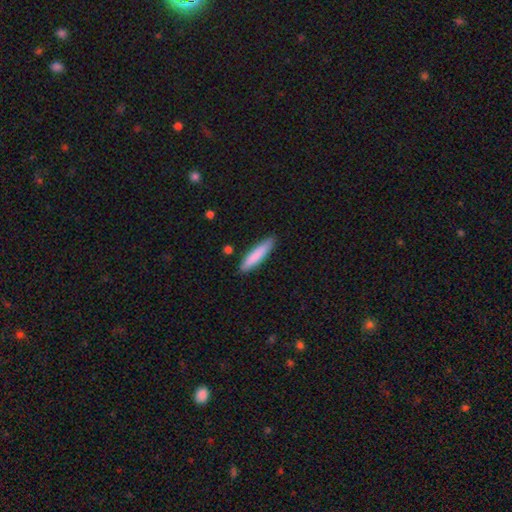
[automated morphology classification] Overall: smooth (83%). How rounded: cigar-shaped (83%). Merging: none (86%).